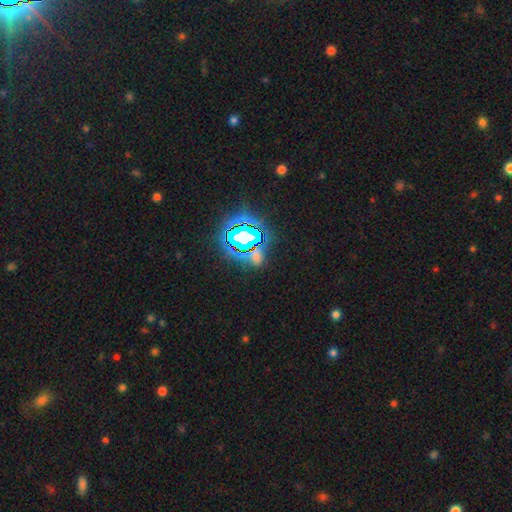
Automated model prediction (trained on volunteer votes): smooth_or_featured: star or artifact (p=0.65) [alt: smooth p=0.24]